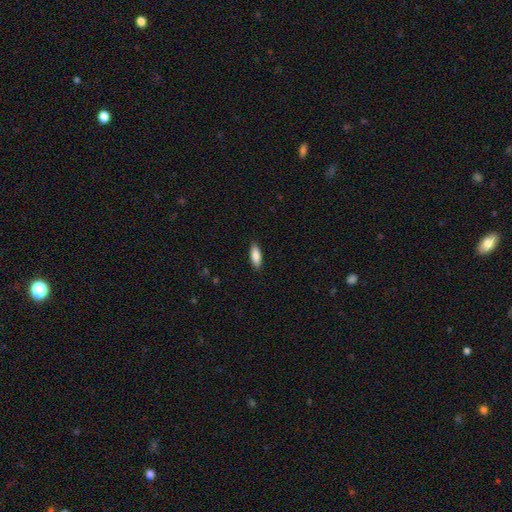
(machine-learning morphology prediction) A smooth galaxy with no disk features (87%) that is in between round and cigar-shaped (66%).

Vote fractions:
- Smooth or featured? smooth: 87% / featured or disk: 7% / star or artifact: 6%
- How rounded? in between: 66% / cigar-shaped: 32% / round: 2%
- Merging? none: 88% / minor disturbance: 9% / major disturbance: 2% / merger: 1%